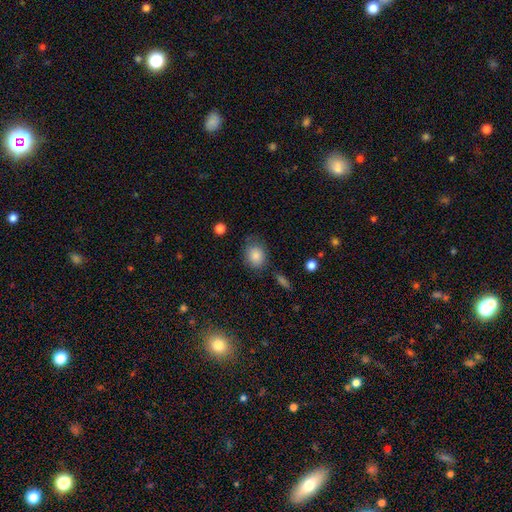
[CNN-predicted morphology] Smooth or featured?
  - smooth: 86% *
  - star or artifact: 8%
  - featured or disk: 6%
How rounded?
  - round: 55% *
  - in between: 44%
  - cigar-shaped: 1%
Merging?
  - none: 71% *
  - minor disturbance: 20%
  - major disturbance: 6%
  - merger: 3%